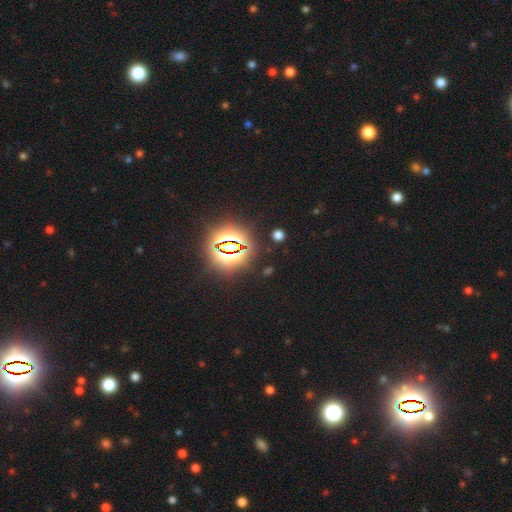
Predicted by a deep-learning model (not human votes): Smooth or featured? Predicted: star or artifact (p=0.80).